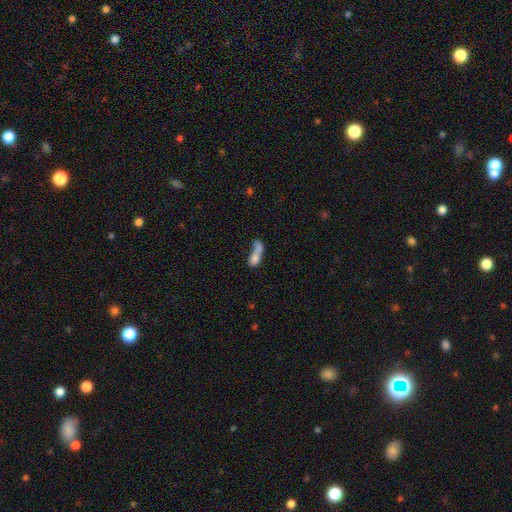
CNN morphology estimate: smooth 70%, featured or disk 20%, star or artifact 10%. Down the decision tree: how rounded — in between (69%); merging — merger (71%).